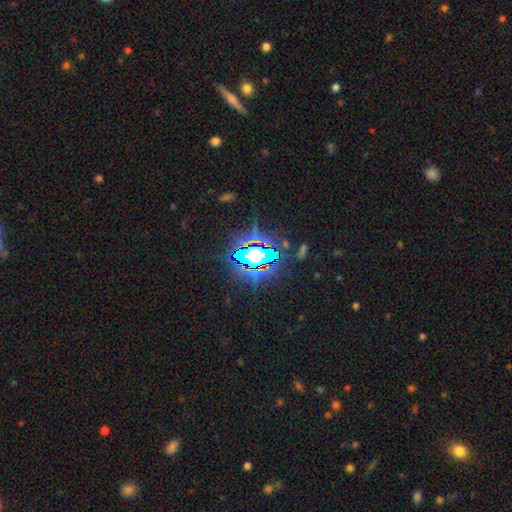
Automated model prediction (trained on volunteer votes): A star or artifact, not a galaxy (65%).